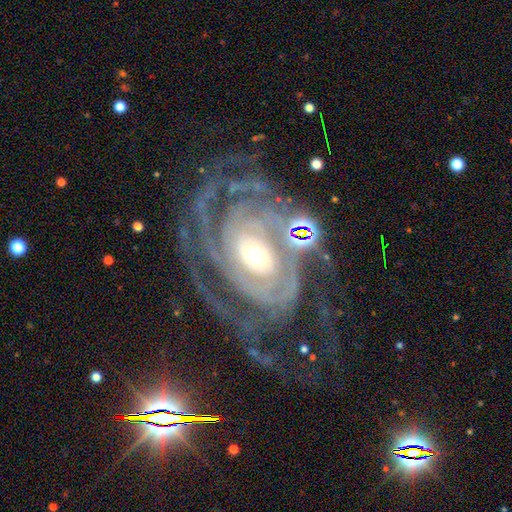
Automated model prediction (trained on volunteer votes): smooth_or_featured: featured or disk (p=0.90) [alt: star or artifact p=0.05]
disk_edge_on: no (p=0.97) [alt: yes p=0.03]
bar: no (p=0.55) [alt: weak p=0.29]
has_spiral_arms: yes (p=0.96) [alt: no p=0.04]
spiral_winding: tight (p=0.67) [alt: medium p=0.25]
spiral_arm_count: can't tell (p=0.26) [alt: 2 p=0.24]
bulge_size: moderate (p=0.61) [alt: small p=0.26]
merging: none (p=0.53) [alt: major disturbance p=0.23]